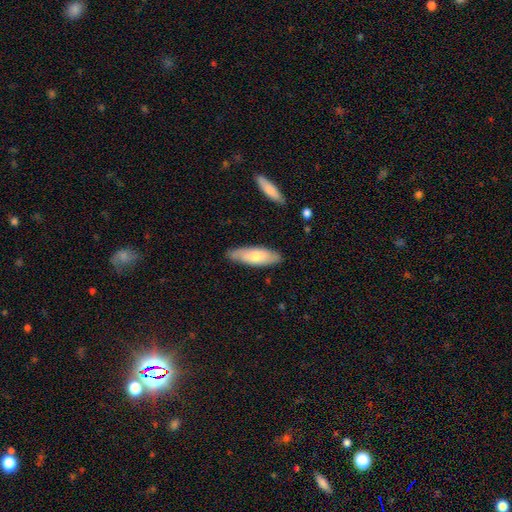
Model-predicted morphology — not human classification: Smooth or featured? Predicted: smooth (p=0.62). How rounded? Predicted: in between (p=0.60). Merging? Predicted: none (p=0.83).